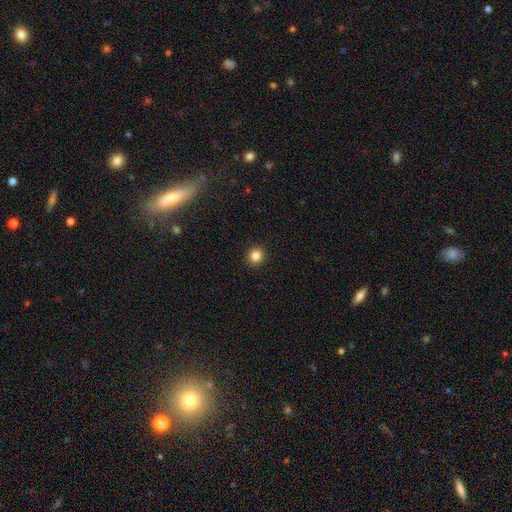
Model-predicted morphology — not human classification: smooth-or-featured: smooth: 84% | star or artifact: 11% | featured or disk: 5%
  how-rounded: round: 91% | in between: 9% | cigar-shaped: 1%
  merging: none: 93% | minor disturbance: 5% | major disturbance: 2% | merger: 1%